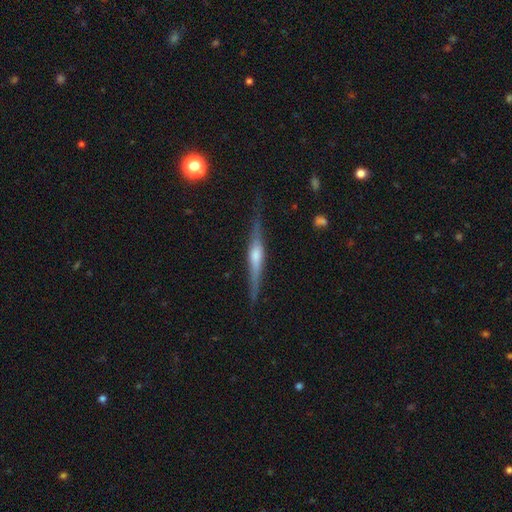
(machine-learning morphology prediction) A featured or disk galaxy (76%) viewed edge-on (97%) with a rounded central bulge (76%).

Vote fractions:
- Smooth or featured? featured or disk: 76% / smooth: 17% / star or artifact: 6%
- Edge-on disk? yes: 97% / no: 3%
- Edge-on bulge? rounded: 76% / boxy: 16% / none: 8%
- Merging? none: 84% / minor disturbance: 12% / major disturbance: 3% / merger: 1%